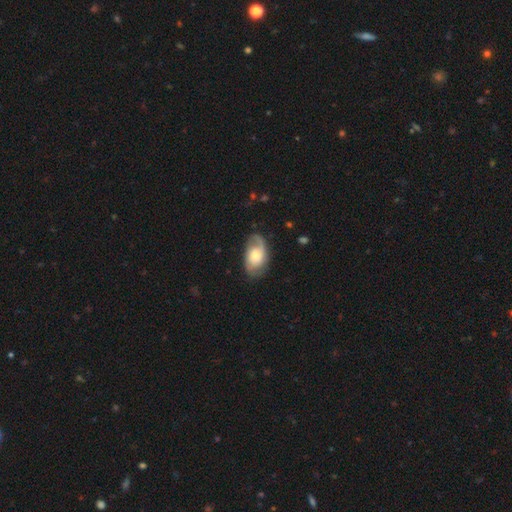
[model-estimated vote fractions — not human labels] Smooth or featured? featured or disk (61%)
Edge-on disk? no (95%)
Bar? no (70%)
Spiral arms? yes (88%)
Spiral winding? medium (42%)
Spiral arm count? 2 (60%)
Bulge size? moderate (47%)
Merging? none (68%)